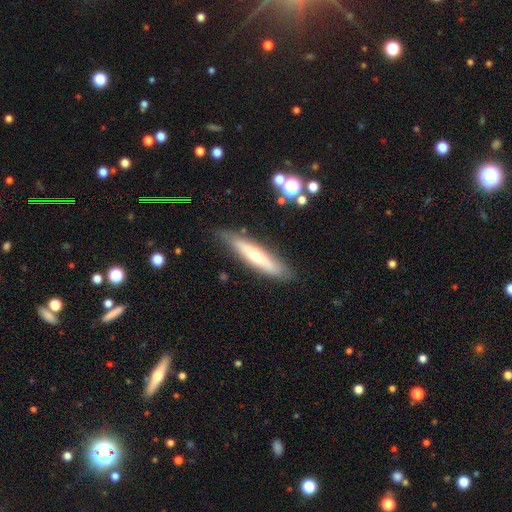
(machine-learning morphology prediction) Smooth or featured? smooth (51%)
How rounded? cigar-shaped (85%)
Merging? none (83%)